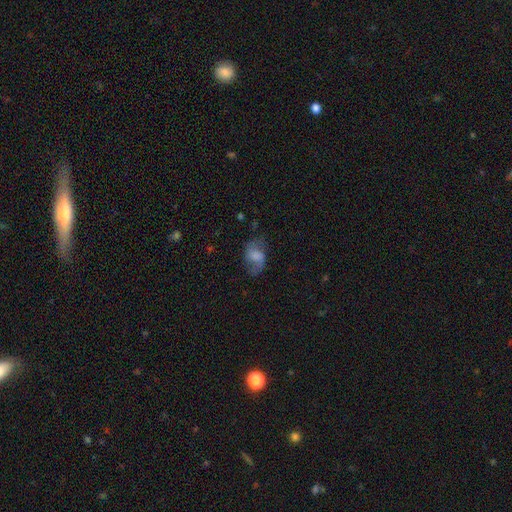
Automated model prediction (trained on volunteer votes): smooth_or_featured: smooth (p=0.50) [alt: featured or disk p=0.41]
merging: none (p=0.56) [alt: minor disturbance p=0.24]